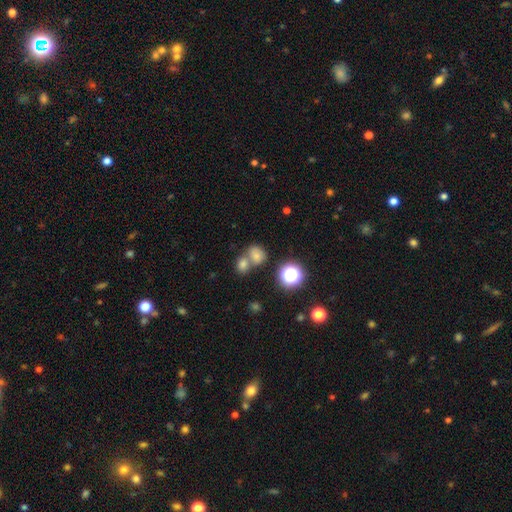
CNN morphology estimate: Smooth or featured? smooth (72%)
How rounded? round (61%)
Merging? merger (49%)